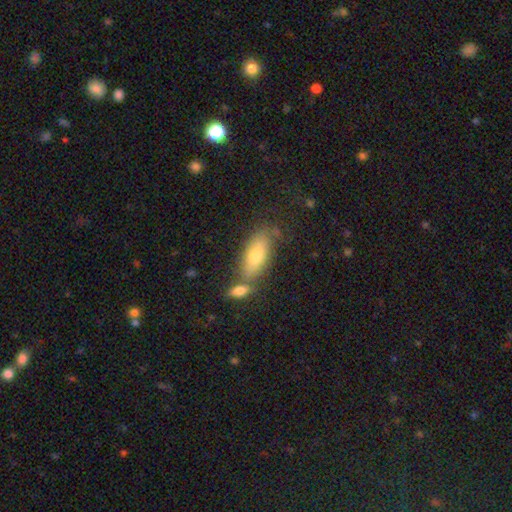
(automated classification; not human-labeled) smooth_or_featured: smooth (p=0.72) [alt: featured or disk p=0.21]
how_rounded: in between (p=0.78) [alt: cigar-shaped p=0.19]
merging: none (p=0.62) [alt: merger p=0.20]